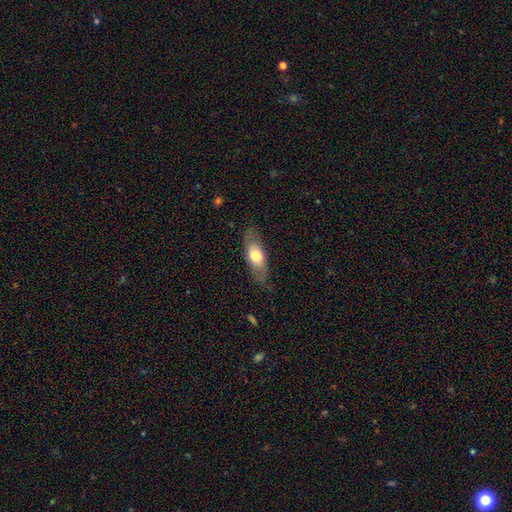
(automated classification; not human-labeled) smooth_or_featured: smooth (p=0.62) [alt: featured or disk p=0.32]
how_rounded: in between (p=0.75) [alt: cigar-shaped p=0.21]
merging: none (p=0.74) [alt: minor disturbance p=0.19]